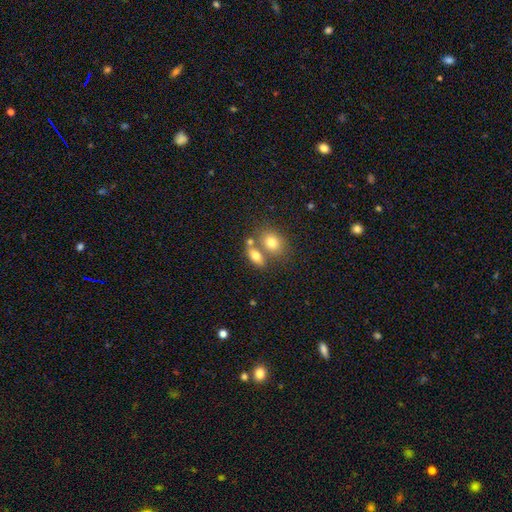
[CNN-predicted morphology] Smooth or featured?
  - smooth: 73% *
  - featured or disk: 17%
  - star or artifact: 9%
How rounded?
  - in between: 77% *
  - round: 16%
  - cigar-shaped: 7%
Merging?
  - none: 44% *
  - merger: 42%
  - minor disturbance: 10%
  - major disturbance: 4%